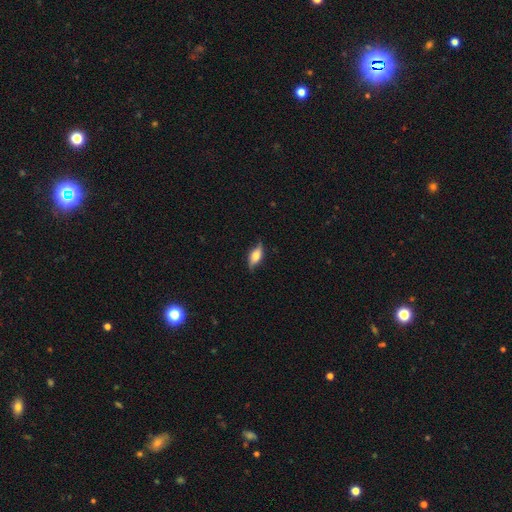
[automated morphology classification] Smooth or featured? featured or disk (49%)
Merging? none (72%)